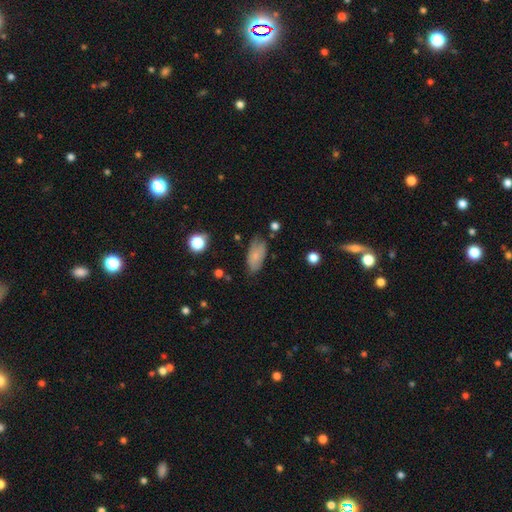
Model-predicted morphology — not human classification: Smooth or featured? Predicted: smooth (p=0.72). How rounded? Predicted: in between (p=0.91). Merging? Predicted: none (p=0.63).